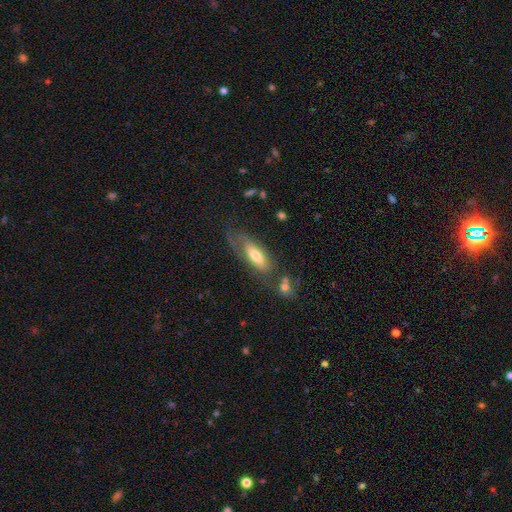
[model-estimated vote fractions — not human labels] This is likely a smooth galaxy (61%). How rounded: likely in between (65%). Merging: possibly none (46%).